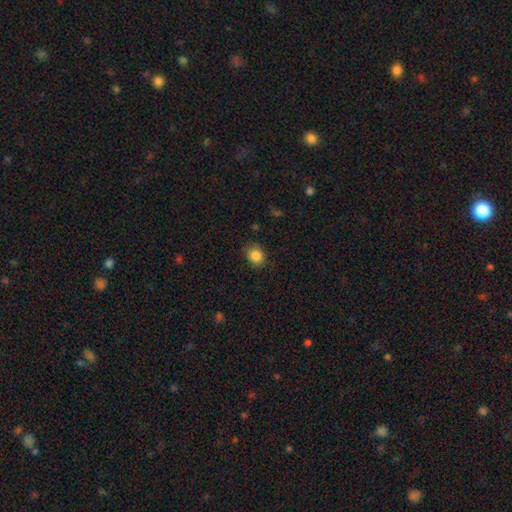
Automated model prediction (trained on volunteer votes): A smooth galaxy with no disk features (86%) that is round (69%). Merging: none (82%).